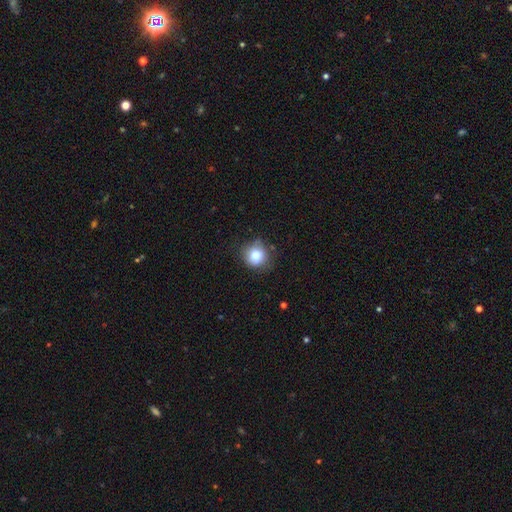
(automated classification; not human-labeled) This appears to be a smooth galaxy with no disk features (82%) that is round (85%). Merging: none (69%).